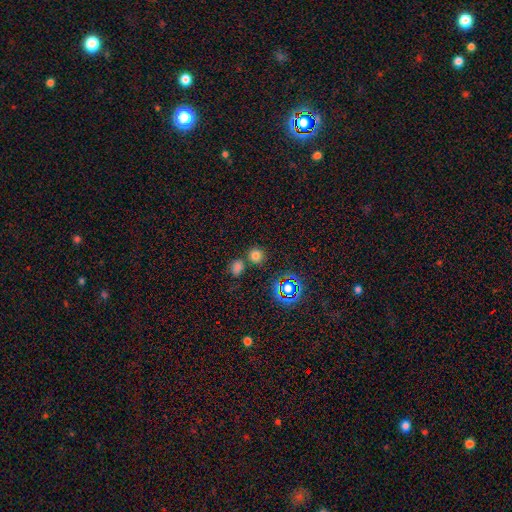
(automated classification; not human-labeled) Smooth or featured? Predicted: smooth (p=0.72). How rounded? Predicted: round (p=0.87). Merging? Predicted: none (p=0.73).